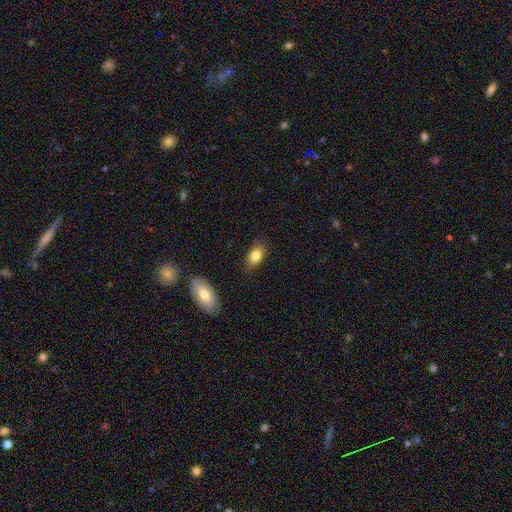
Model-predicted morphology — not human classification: A smooth galaxy with no disk features (81%) that is in between round and cigar-shaped (88%).

Vote fractions:
- Smooth or featured? smooth: 81% / featured or disk: 11% / star or artifact: 8%
- How rounded? in between: 88% / round: 8% / cigar-shaped: 4%
- Merging? none: 84% / minor disturbance: 12% / major disturbance: 2% / merger: 2%